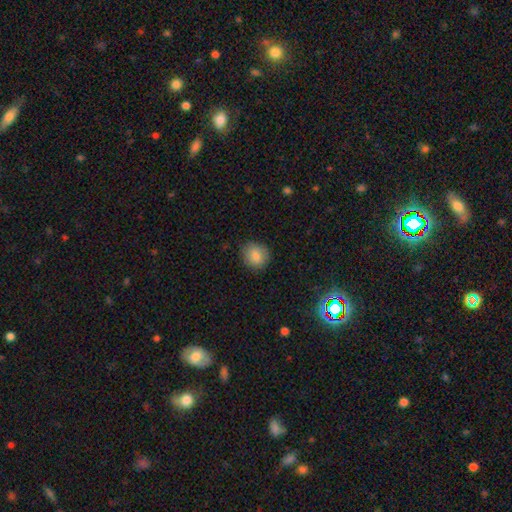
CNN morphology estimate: Smooth or featured?
  - smooth: 84% *
  - star or artifact: 9%
  - featured or disk: 7%
How rounded?
  - round: 81% *
  - in between: 18%
  - cigar-shaped: 1%
Merging?
  - none: 85% *
  - minor disturbance: 12%
  - major disturbance: 3%
  - merger: 1%